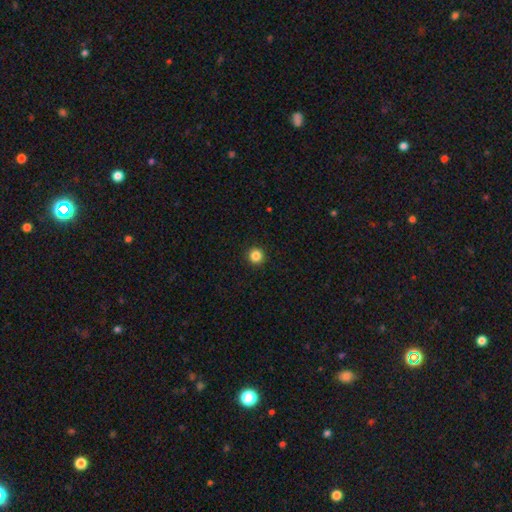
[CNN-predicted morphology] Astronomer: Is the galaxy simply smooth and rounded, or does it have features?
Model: smooth — 85%.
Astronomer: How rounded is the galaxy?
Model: round — 96%.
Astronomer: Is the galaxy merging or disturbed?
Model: none — 94%.